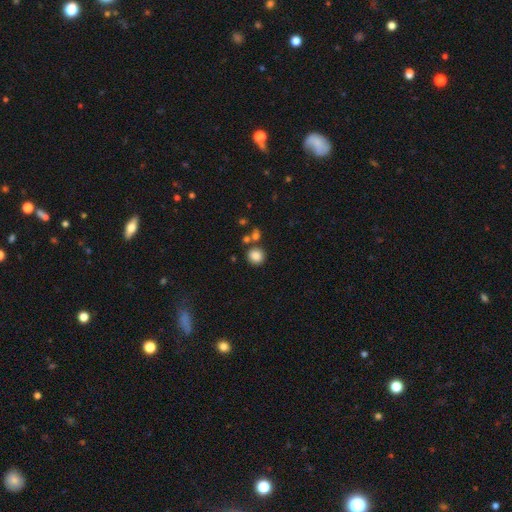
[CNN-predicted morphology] Overall: smooth (84%). How rounded: round (89%). Merging: none (76%).